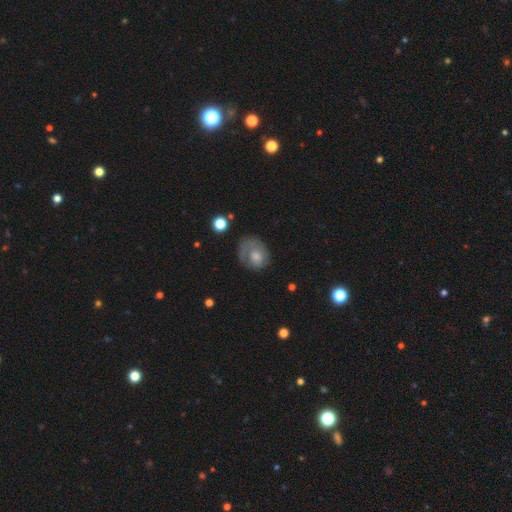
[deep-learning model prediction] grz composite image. It shows a smooth galaxy with no disk features (51%) that is round (58%). Merging: none (51%).